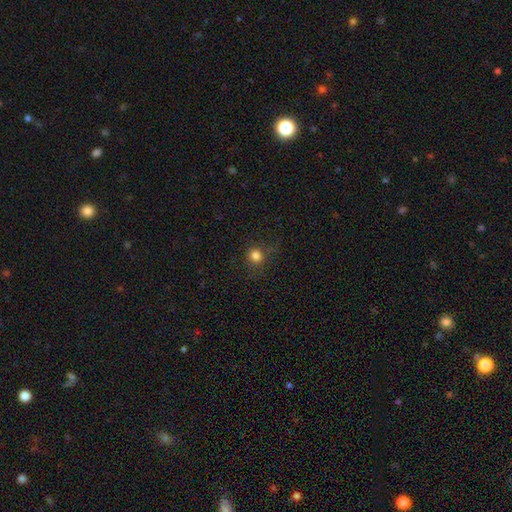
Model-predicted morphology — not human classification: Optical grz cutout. It shows a smooth galaxy with no disk features (80%) that is round (92%). Merging: none (81%).